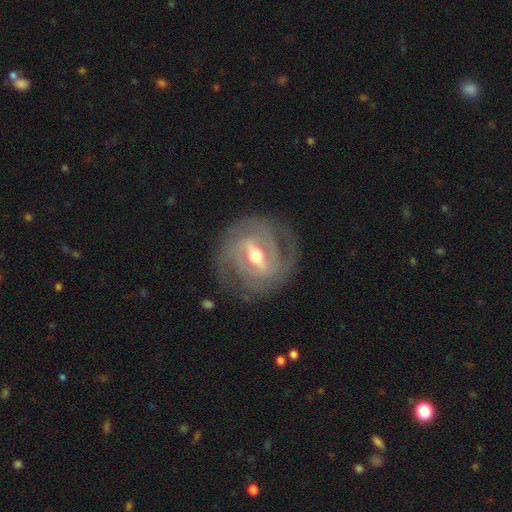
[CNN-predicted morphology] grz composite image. It shows a featured or disk galaxy (86%) with a strong bar (67%), 2 (50%) tight (61%) spiral arms (78%) and a moderate central bulge (73%). Merging: none (76%).